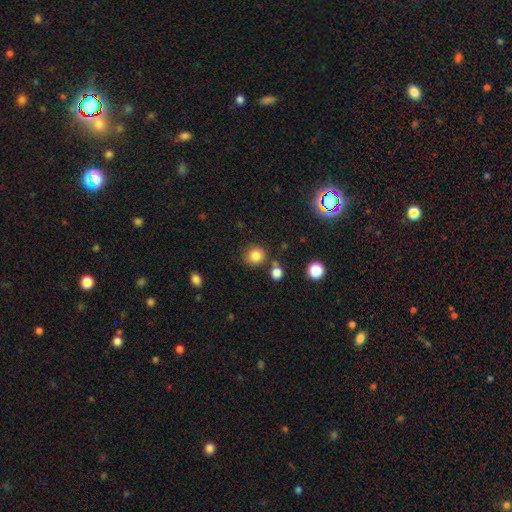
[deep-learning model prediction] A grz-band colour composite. It shows a smooth galaxy with no disk features (84%) that is round (86%). Merging: none (78%).